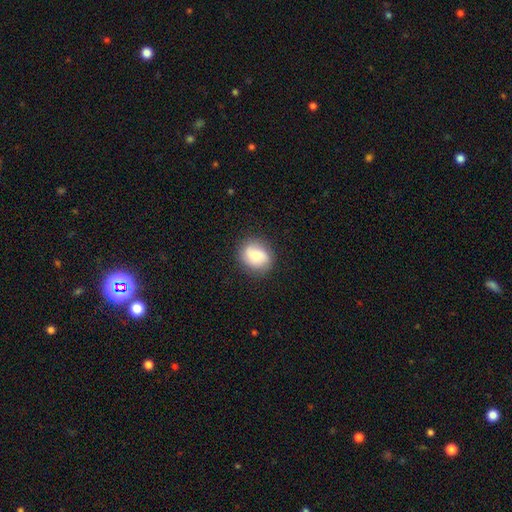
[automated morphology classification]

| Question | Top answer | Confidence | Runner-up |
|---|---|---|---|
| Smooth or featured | smooth | 73% | featured or disk (19%) |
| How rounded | round | 65% | in between (34%) |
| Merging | none | 82% | minor disturbance (13%) |